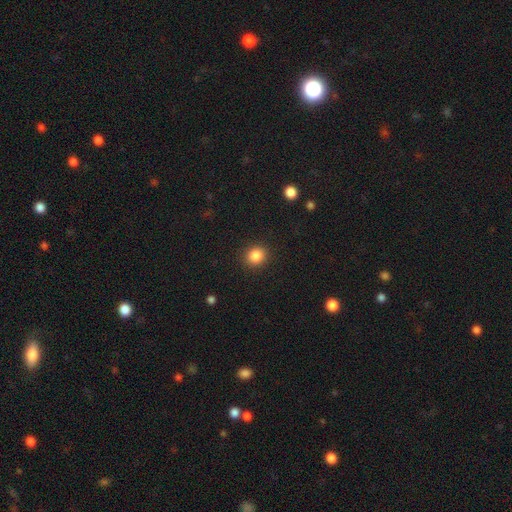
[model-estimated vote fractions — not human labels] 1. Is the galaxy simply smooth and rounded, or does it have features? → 85% smooth, 10% star or artifact, 4% featured or disk.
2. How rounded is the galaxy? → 81% round, 18% in between, 1% cigar-shaped.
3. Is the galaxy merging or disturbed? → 91% none, 6% minor disturbance, 2% major disturbance, 1% merger.